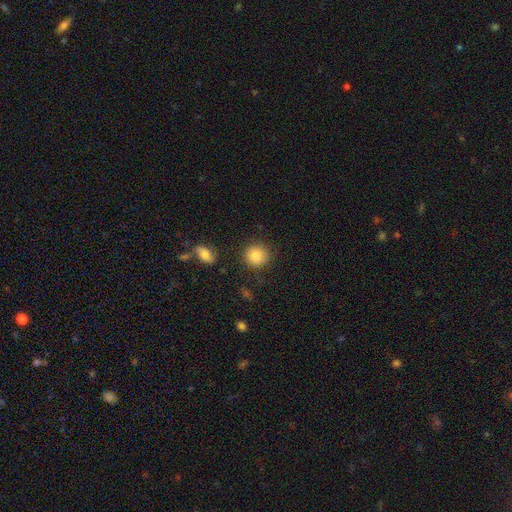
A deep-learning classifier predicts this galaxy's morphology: smooth 84%, star or artifact 9%, featured or disk 6%. Down the decision tree: how rounded — round (89%); merging — none (86%).